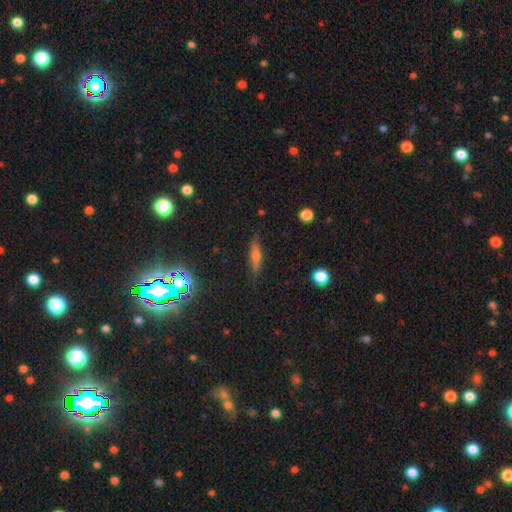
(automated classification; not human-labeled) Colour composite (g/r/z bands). It shows a featured or disk galaxy (49%). Merging: none (84%).